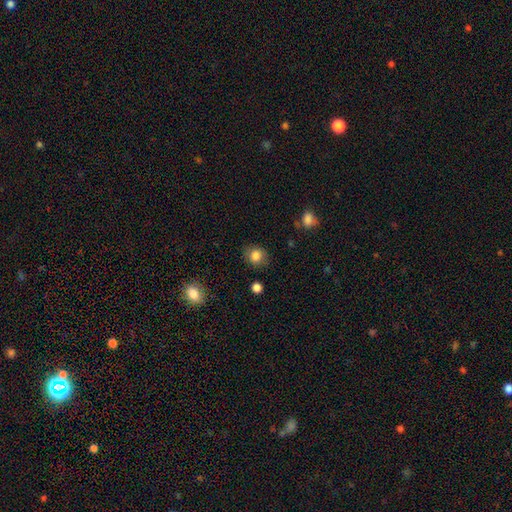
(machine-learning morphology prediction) smooth_or_featured: smooth (p=0.83) [alt: star or artifact p=0.10]
how_rounded: round (p=0.71) [alt: in between p=0.28]
merging: none (p=0.80) [alt: minor disturbance p=0.14]